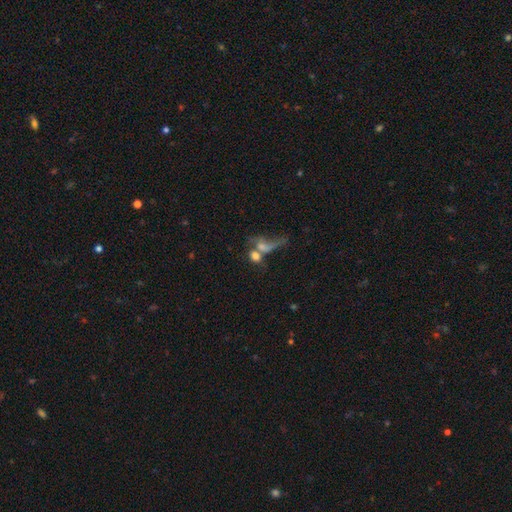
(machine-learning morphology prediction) type=smooth (60%); roundness=in between (54%); merging=merger (57%).